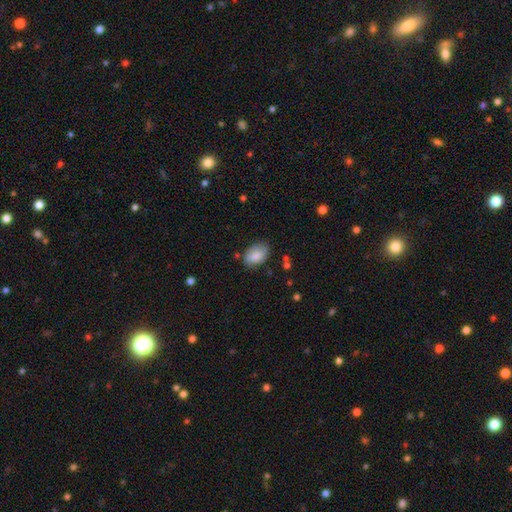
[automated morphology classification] The model was most divided on "merging": none: 72%, minor disturbance: 21%, major disturbance: 4%, merger: 2%. More confident: how rounded — in between (87%); smooth or featured — smooth (80%).